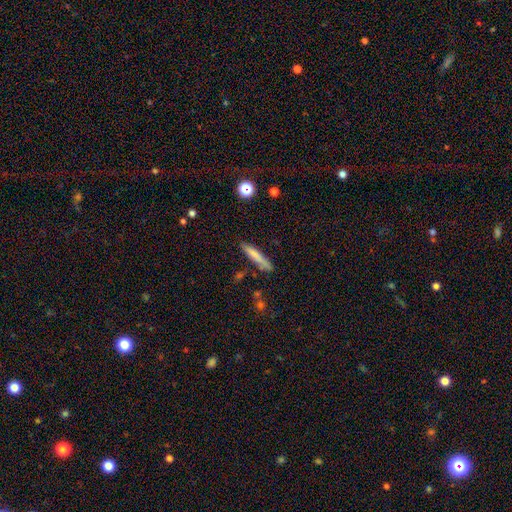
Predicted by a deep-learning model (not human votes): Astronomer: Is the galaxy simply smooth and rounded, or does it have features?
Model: smooth — 73%.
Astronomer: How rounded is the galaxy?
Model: cigar-shaped — 92%.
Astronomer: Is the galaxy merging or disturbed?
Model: none — 80%.